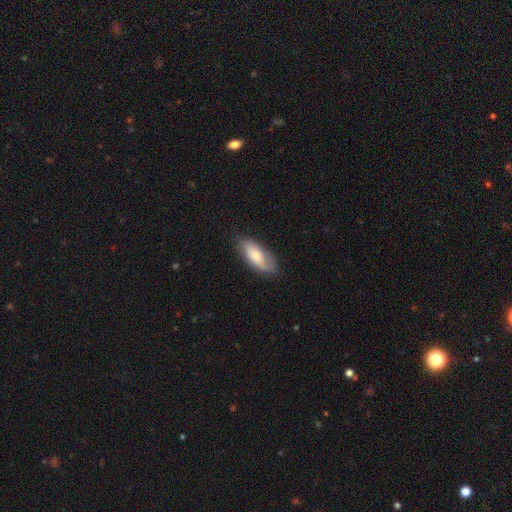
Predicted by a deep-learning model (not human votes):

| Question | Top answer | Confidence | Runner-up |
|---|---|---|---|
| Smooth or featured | smooth | 60% | featured or disk (34%) |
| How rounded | in between | 78% | cigar-shaped (20%) |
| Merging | none | 72% | minor disturbance (21%) |